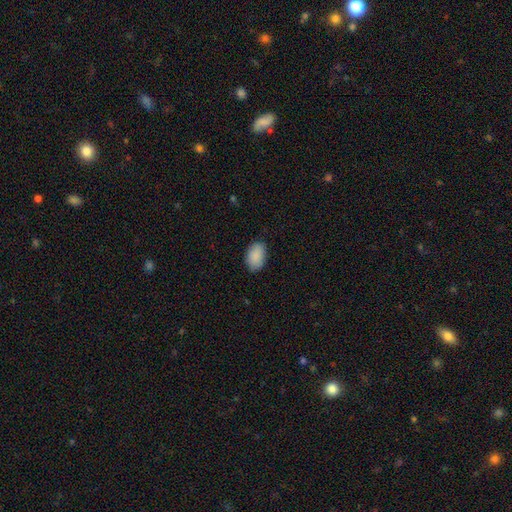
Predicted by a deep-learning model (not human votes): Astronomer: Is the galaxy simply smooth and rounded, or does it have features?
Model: smooth — 90%.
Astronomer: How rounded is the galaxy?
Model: in between — 90%.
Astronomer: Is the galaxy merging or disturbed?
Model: none — 84%.